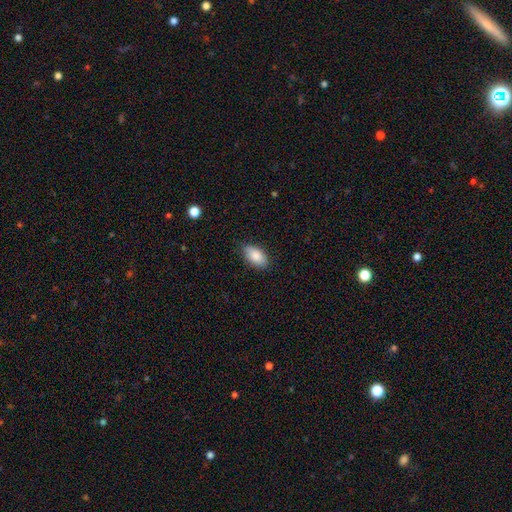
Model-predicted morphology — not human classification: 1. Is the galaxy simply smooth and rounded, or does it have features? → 85% smooth, 8% featured or disk, 7% star or artifact.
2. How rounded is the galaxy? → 94% in between, 4% round, 3% cigar-shaped.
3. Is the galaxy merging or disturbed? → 83% none, 14% minor disturbance, 2% major disturbance, 1% merger.